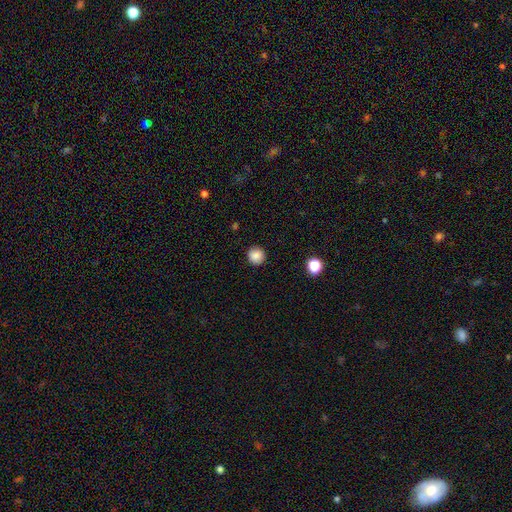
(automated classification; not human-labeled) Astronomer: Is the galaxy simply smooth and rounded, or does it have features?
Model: smooth — 87%.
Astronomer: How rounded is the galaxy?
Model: round — 93%.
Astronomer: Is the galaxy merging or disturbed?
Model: none — 90%.